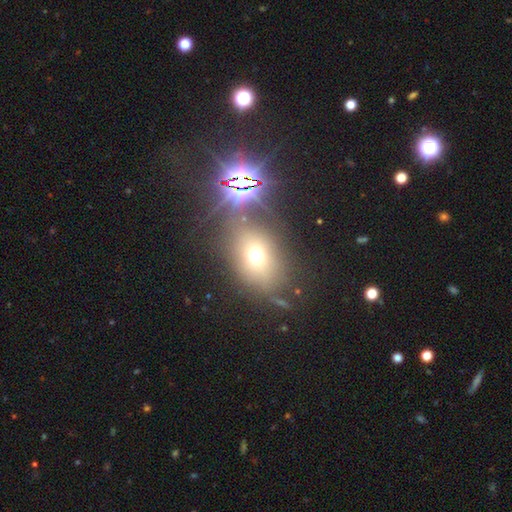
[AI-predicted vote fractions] Overall: smooth (57%; star or artifact 28%). How rounded: in between (62%; round 36%). Merging: none (73%).